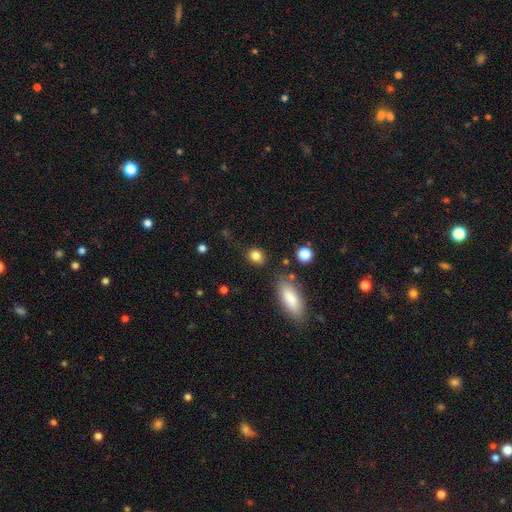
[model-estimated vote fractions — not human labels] smooth_or_featured: smooth (p=0.84) [alt: star or artifact p=0.10]
how_rounded: round (p=0.52) [alt: in between p=0.46]
merging: none (p=0.77) [alt: minor disturbance p=0.14]